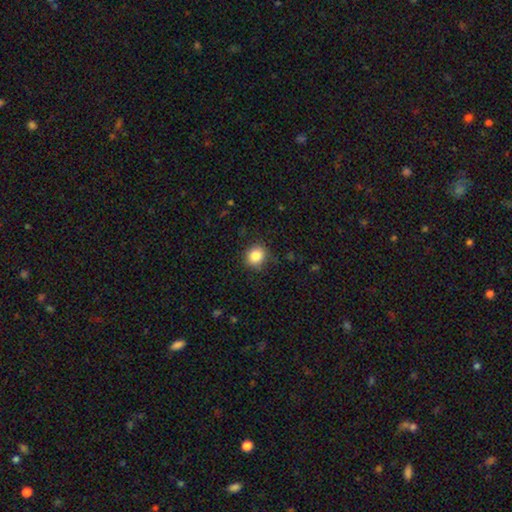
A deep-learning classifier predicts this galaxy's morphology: Smooth or featured?
  - smooth: 84% *
  - star or artifact: 10%
  - featured or disk: 5%
How rounded?
  - round: 80% *
  - in between: 19%
  - cigar-shaped: 1%
Merging?
  - none: 86% *
  - minor disturbance: 11%
  - major disturbance: 3%
  - merger: 1%